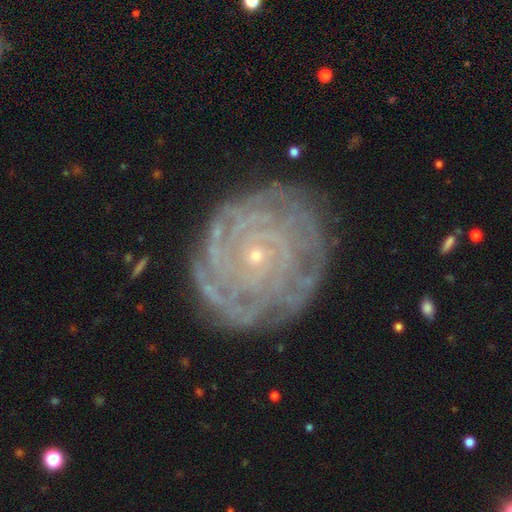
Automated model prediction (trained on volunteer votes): This is clearly a featured or disk galaxy (82%). It is clearly not viewed edge-on (97%). Bar: clearly no (82%). Spiral arm pattern: clearly yes (92%). Spiral arm count: marginally can't tell (38%). Spiral winding: clearly tight (86%). Central bulge: clearly small (88%). Merging: clearly none (81%).